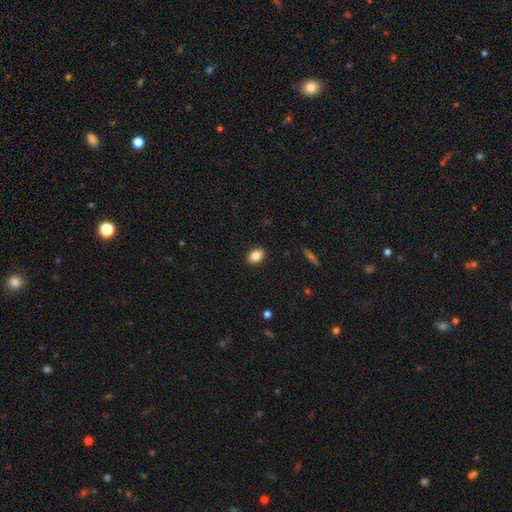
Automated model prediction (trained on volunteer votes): Overall: smooth (85%). How rounded: in between (78%). Merging: none (90%).